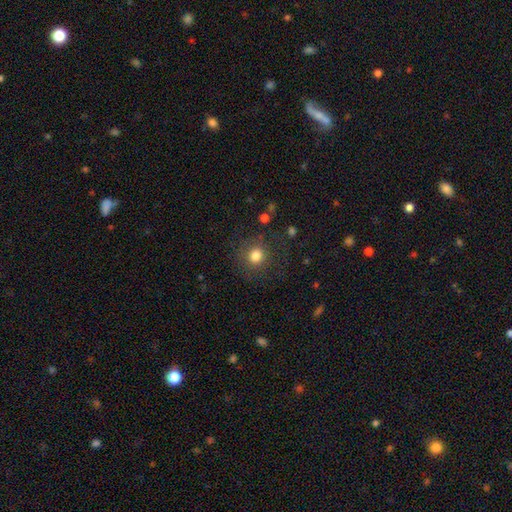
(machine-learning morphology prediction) This is clearly a smooth galaxy (81%). How rounded: clearly round (91%). Merging: clearly none (81%).